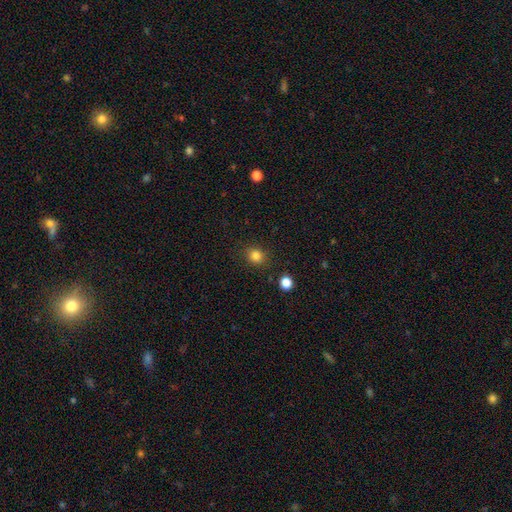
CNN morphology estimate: A smooth galaxy with no disk features (83%) that is round (74%). Merging: none (87%).